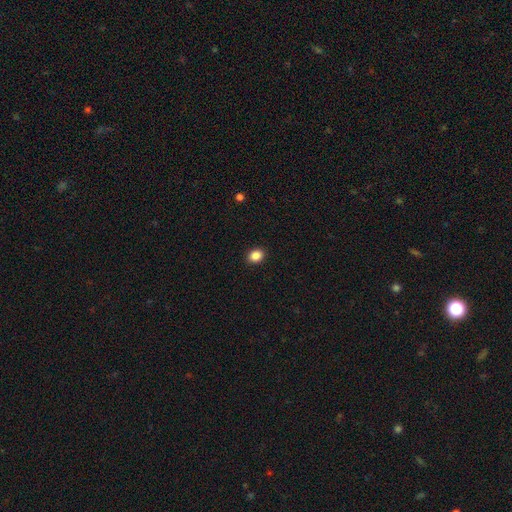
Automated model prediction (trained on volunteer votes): Smooth or featured: smooth — 86% (star or artifact — 10%)
How rounded: round — 54% (in between — 45%)
Merging: none — 92% (minor disturbance — 6%)